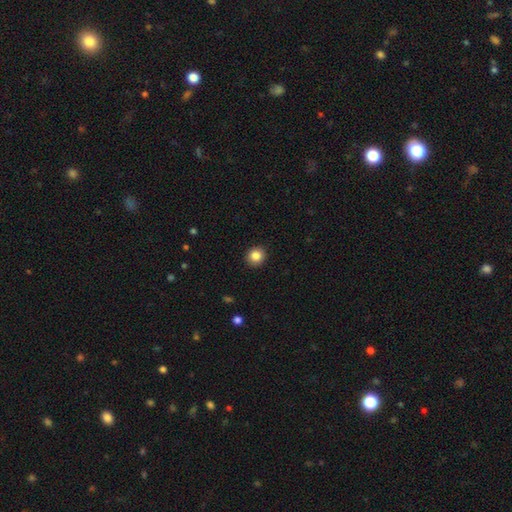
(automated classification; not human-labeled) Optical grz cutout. It shows a smooth galaxy with no disk features (85%) that is round (88%). Merging: none (92%).